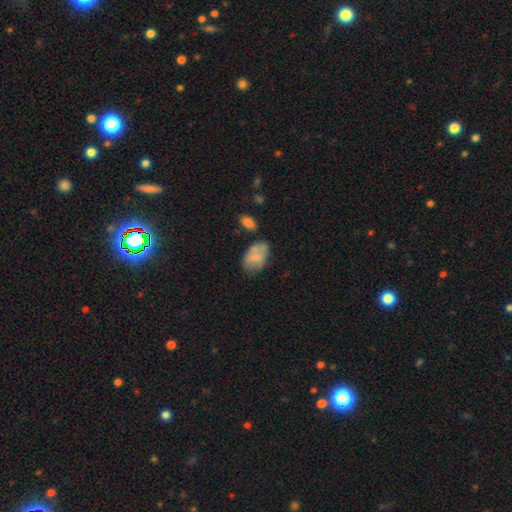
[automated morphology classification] Smooth or featured? smooth (69%)
How rounded? in between (89%)
Merging? none (49%)